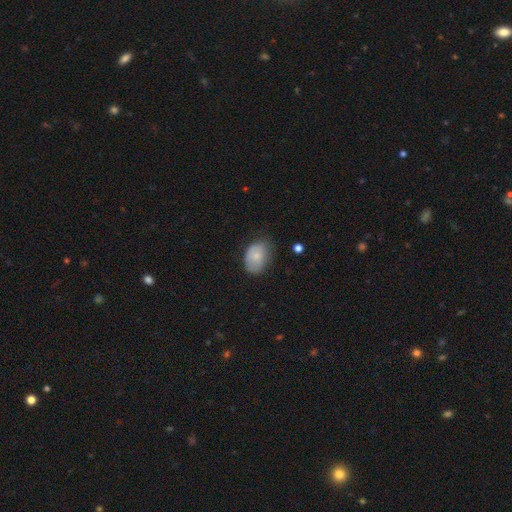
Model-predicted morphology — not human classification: Smooth or featured: smooth — 78% (featured or disk — 15%)
How rounded: in between — 80% (round — 19%)
Merging: none — 56% (minor disturbance — 33%)